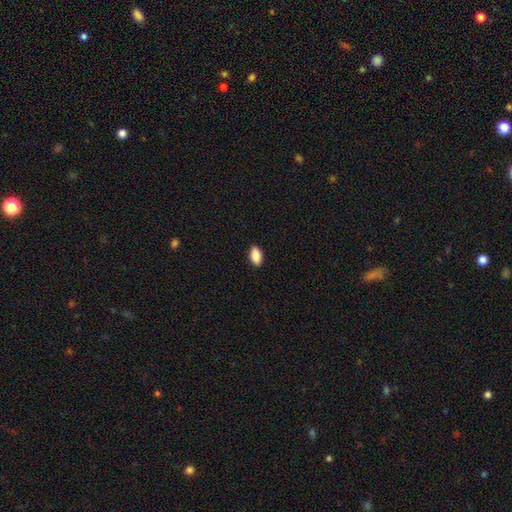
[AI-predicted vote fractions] Smooth or featured? Predicted: smooth (p=0.89). How rounded? Predicted: in between (p=0.93). Merging? Predicted: none (p=0.90).